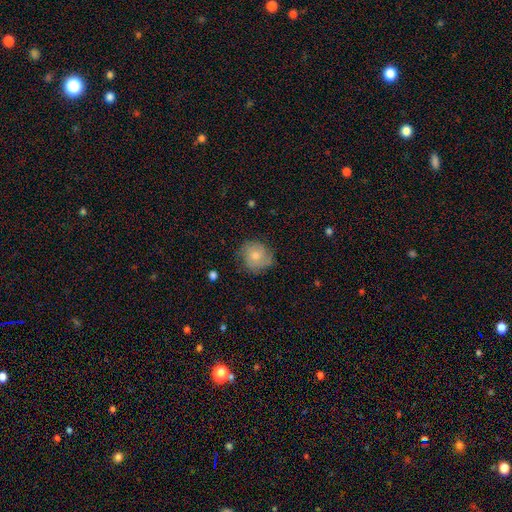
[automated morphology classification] Q: Smooth or featured?
A: smooth (58%); runner-up: featured or disk (34%)
Q: How rounded?
A: round (85%); runner-up: in between (14%)
Q: Merging?
A: none (69%); runner-up: minor disturbance (23%)